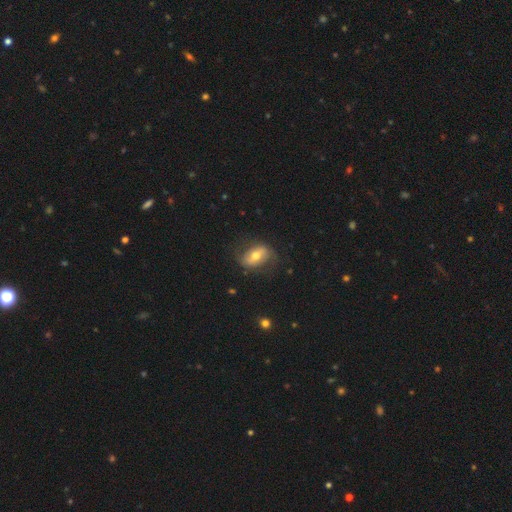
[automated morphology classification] Smooth or featured?
  - featured or disk: 52% *
  - smooth: 40%
  - star or artifact: 7%
Edge-on disk?
  - no: 91% *
  - yes: 9%
Merging?
  - none: 69% *
  - minor disturbance: 19%
  - major disturbance: 11%
  - merger: 1%